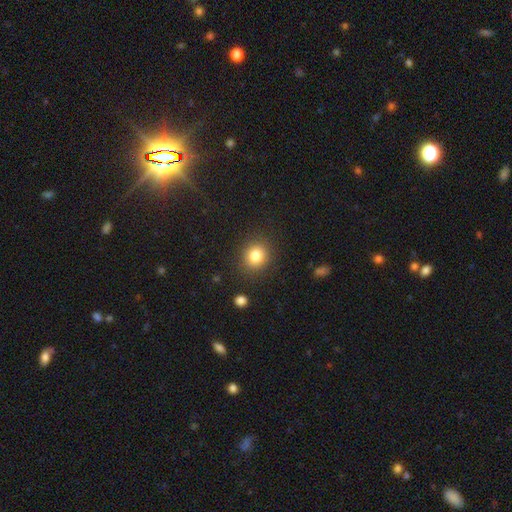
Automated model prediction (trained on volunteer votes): Morphology: type=smooth (82%); roundness=round (83%); merging=none (88%).